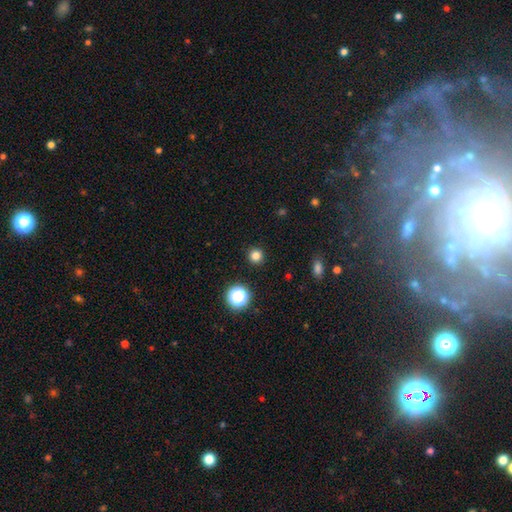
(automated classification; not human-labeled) smooth-or-featured: smooth: 81% | star or artifact: 16% | featured or disk: 4%
  how-rounded: round: 94% | in between: 5% | cigar-shaped: 1%
  merging: none: 92% | minor disturbance: 5% | major disturbance: 2% | merger: 1%